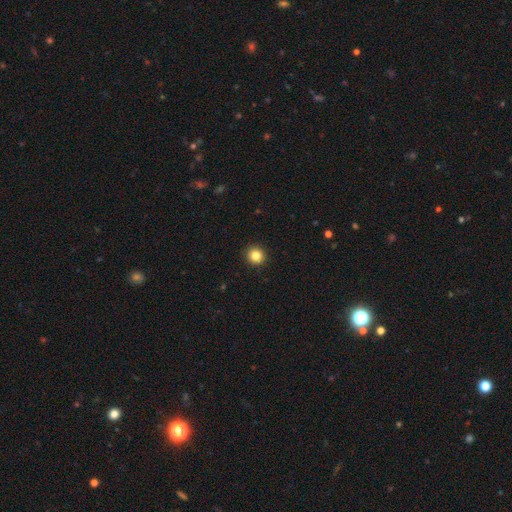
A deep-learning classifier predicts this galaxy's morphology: type=smooth (84%); roundness=round (92%); merging=none (93%).